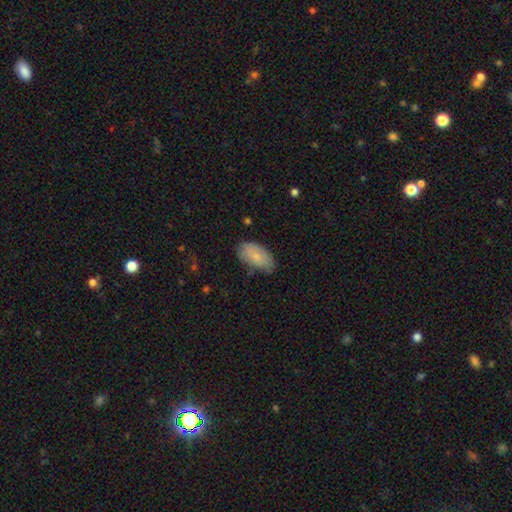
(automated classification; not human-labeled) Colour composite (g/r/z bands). It shows a smooth galaxy with no disk features (79%) that is in between round and cigar-shaped (94%). Merging: none (72%).